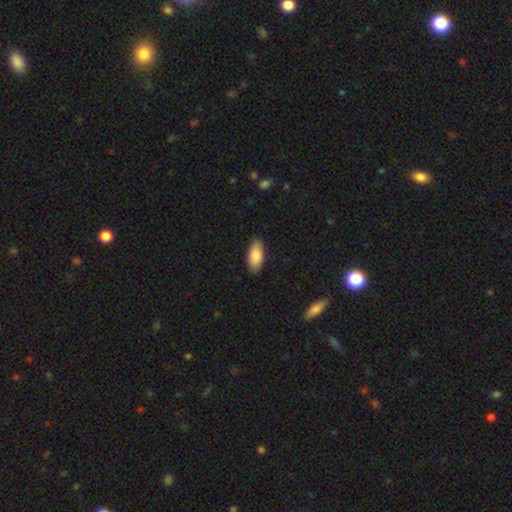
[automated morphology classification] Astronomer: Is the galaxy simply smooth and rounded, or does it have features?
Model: smooth — 88%.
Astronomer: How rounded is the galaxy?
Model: in between — 90%.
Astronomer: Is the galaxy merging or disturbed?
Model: none — 86%.